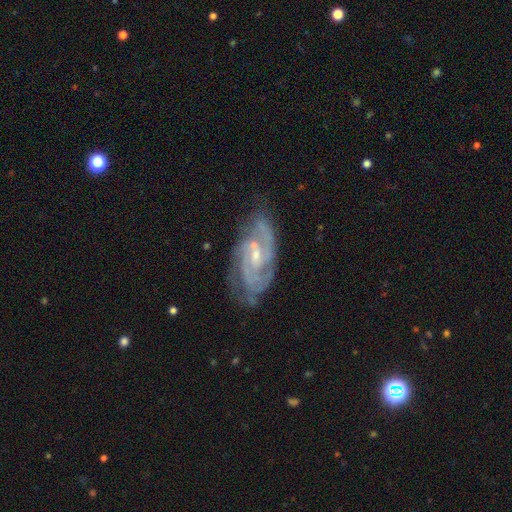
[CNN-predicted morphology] featured or disk 89%, star or artifact 6%, smooth 6%. Down the decision tree: edge-on disk — no (96%); bar — weak (49%); spiral arms — yes (97%); spiral arm count — 2 (44%); spiral winding — tight (51%); bulge size — small (69%); merging — none (70%).